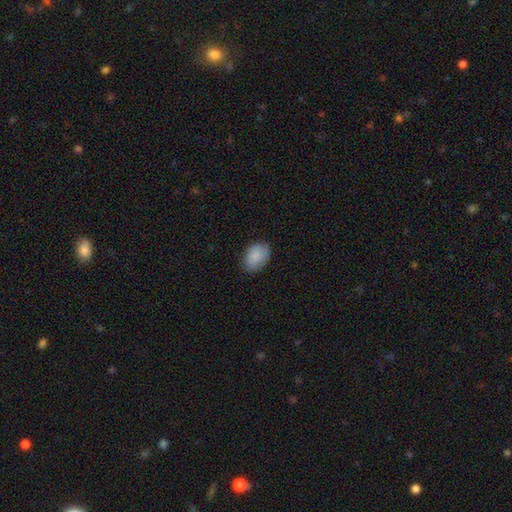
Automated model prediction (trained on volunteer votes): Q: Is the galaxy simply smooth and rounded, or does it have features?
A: smooth — 88%.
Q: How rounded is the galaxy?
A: in between — 81%.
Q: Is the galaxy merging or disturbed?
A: none — 78%.